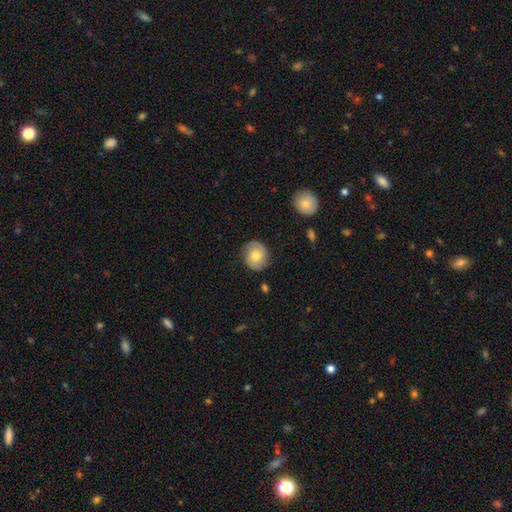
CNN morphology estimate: The model was most divided on "smooth or featured": smooth: 50%, featured or disk: 43%, star or artifact: 8%. More confident: merging — none (81%).